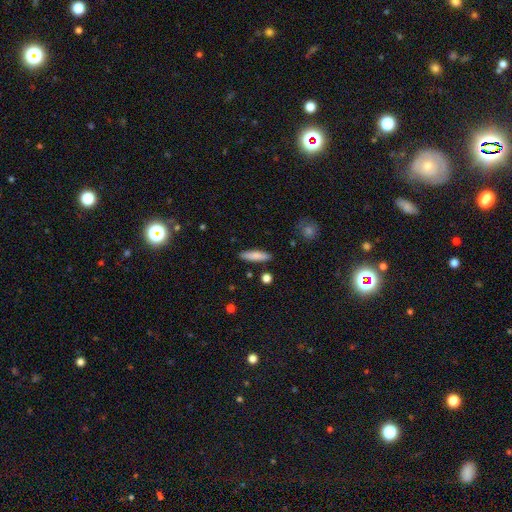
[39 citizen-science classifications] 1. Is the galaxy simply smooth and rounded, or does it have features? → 85% smooth, 10% star or artifact, 5% featured or disk.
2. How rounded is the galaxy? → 70% cigar-shaped, 24% in between, 6% round.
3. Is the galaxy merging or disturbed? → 86% none, 11% minor disturbance, 3% merger, 0% major disturbance.